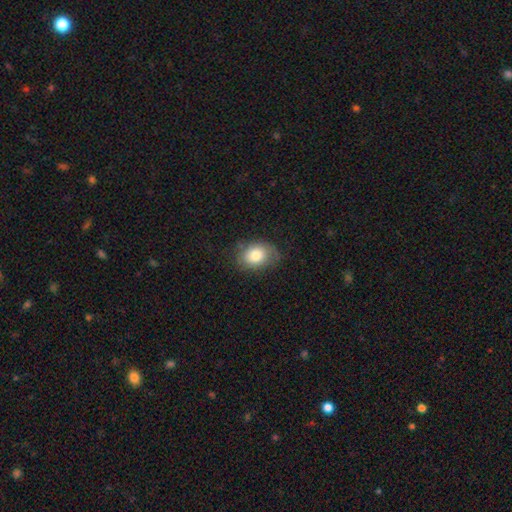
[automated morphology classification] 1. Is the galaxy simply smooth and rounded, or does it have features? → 79% smooth, 12% featured or disk, 8% star or artifact.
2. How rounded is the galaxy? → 67% in between, 32% round, 1% cigar-shaped.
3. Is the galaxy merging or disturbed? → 68% none, 24% minor disturbance, 7% major disturbance, 1% merger.